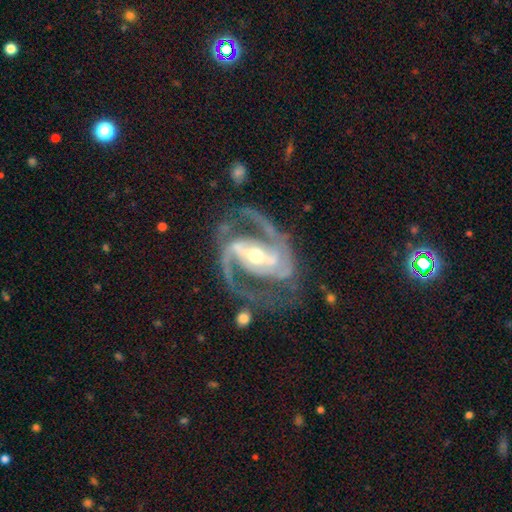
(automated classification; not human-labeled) Smooth or featured: featured or disk — 93% (star or artifact — 4%)
Edge-on disk: no — 97% (yes — 3%)
Bar: strong — 63% (weak — 26%)
Spiral arms: yes — 98% (no — 2%)
Spiral winding: medium — 61% (tight — 25%)
Spiral arm count: 2 — 88% (3 — 5%)
Bulge size: moderate — 62% (small — 31%)
Merging: none — 66% (minor disturbance — 17%)